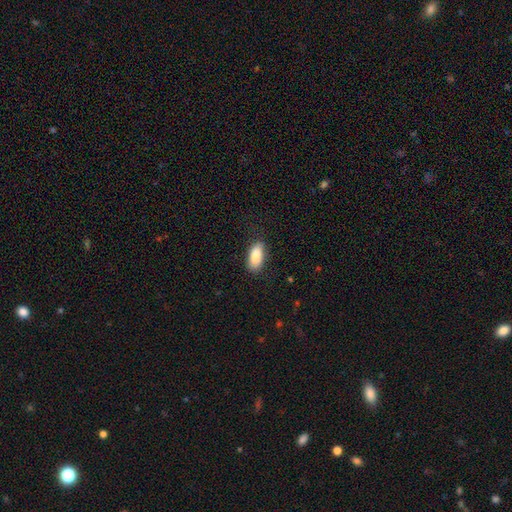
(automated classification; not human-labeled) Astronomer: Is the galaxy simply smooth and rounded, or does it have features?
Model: smooth — 86%.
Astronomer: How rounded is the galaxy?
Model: in between — 86%.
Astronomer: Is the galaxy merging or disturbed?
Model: none — 81%.